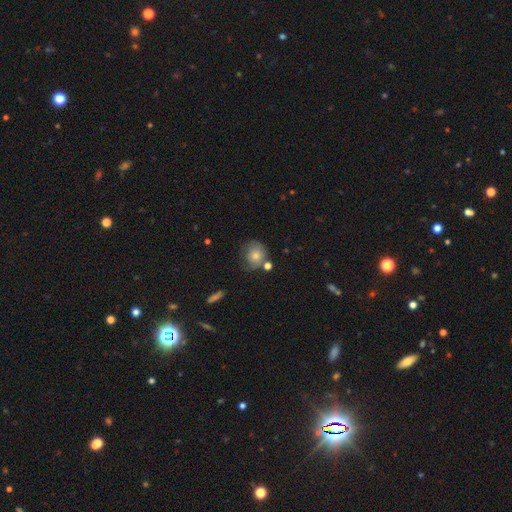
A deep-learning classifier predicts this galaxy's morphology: Overall: smooth (70%). How rounded: round (79%). Merging: none (52%; minor disturbance 27%).